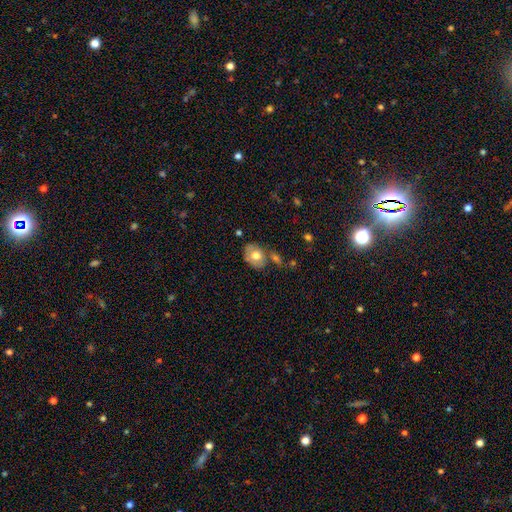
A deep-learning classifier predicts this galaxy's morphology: type=smooth (61%); roundness=in between (65%); merging=none (54%).